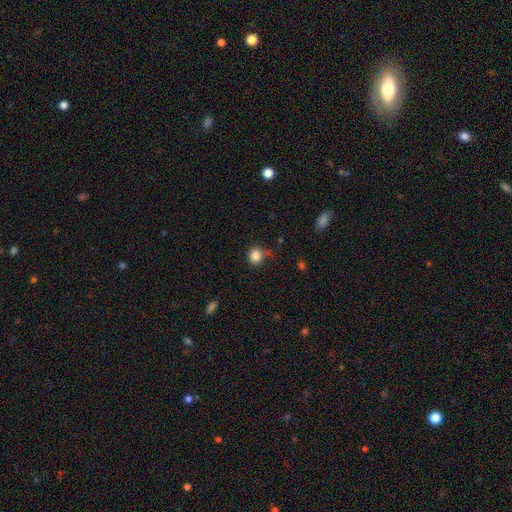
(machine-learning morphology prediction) Smooth or featured: smooth — 84% (star or artifact — 11%)
How rounded: round — 87% (in between — 12%)
Merging: none — 67% (minor disturbance — 23%)